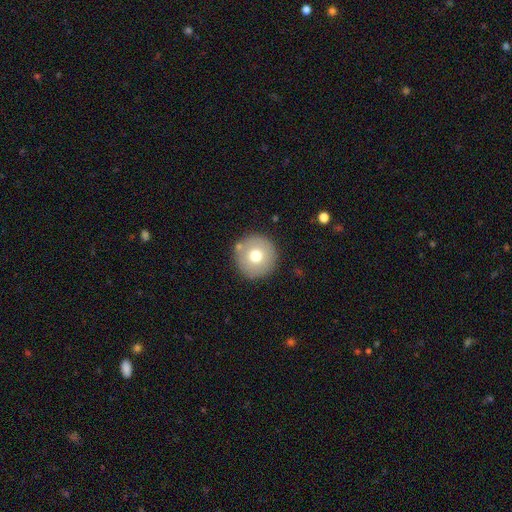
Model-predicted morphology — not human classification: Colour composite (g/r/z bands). It shows a smooth galaxy with no disk features (71%) that is round (96%). Merging: none (86%).